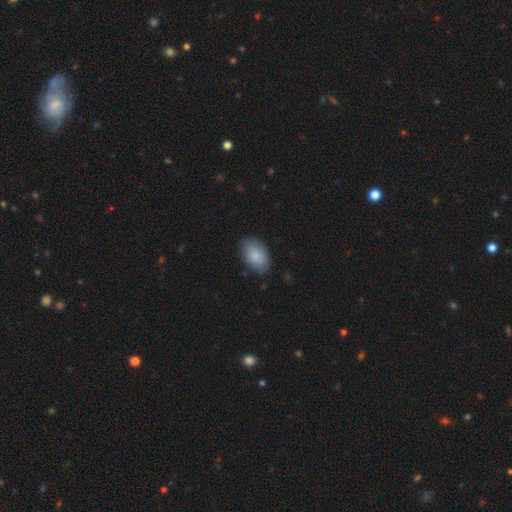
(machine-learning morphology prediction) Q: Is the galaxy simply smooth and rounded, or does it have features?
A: smooth — 84%.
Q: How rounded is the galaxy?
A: in between — 92%.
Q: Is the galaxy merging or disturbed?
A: none — 79%.